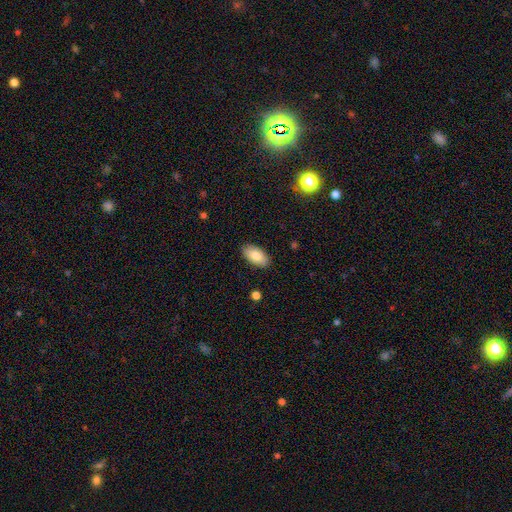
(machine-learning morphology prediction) smooth 83%, featured or disk 11%, star or artifact 6%. Down the decision tree: how rounded — in between (95%); merging — none (88%).